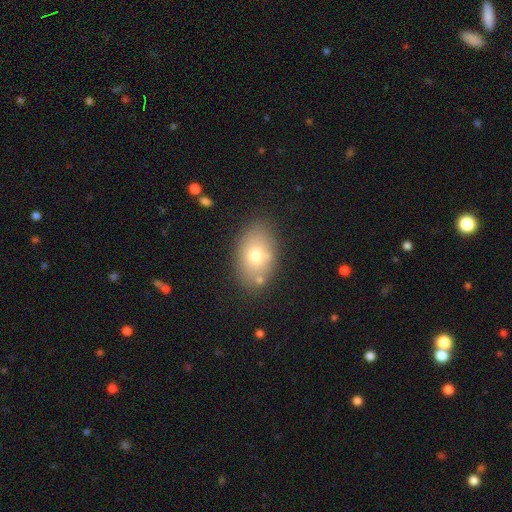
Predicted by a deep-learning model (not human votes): smooth 71%, featured or disk 19%, star or artifact 10%. Down the decision tree: how rounded — in between (84%); merging — none (79%).